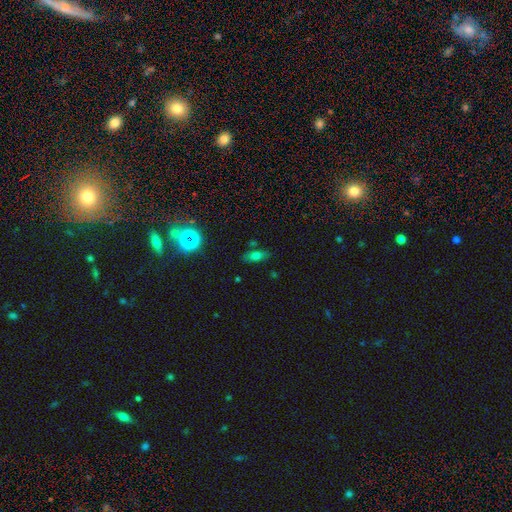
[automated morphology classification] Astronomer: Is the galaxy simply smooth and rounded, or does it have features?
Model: smooth — 64%.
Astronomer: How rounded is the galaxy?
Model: in between — 75%.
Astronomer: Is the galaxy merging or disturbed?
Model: none — 78%.